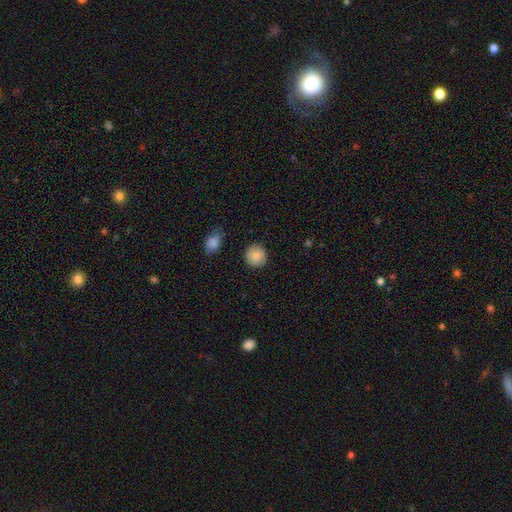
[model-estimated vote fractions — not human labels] Smooth or featured?
  - smooth: 83% *
  - featured or disk: 10%
  - star or artifact: 7%
How rounded?
  - round: 88% *
  - in between: 11%
  - cigar-shaped: 1%
Merging?
  - none: 84% *
  - minor disturbance: 12%
  - major disturbance: 3%
  - merger: 2%